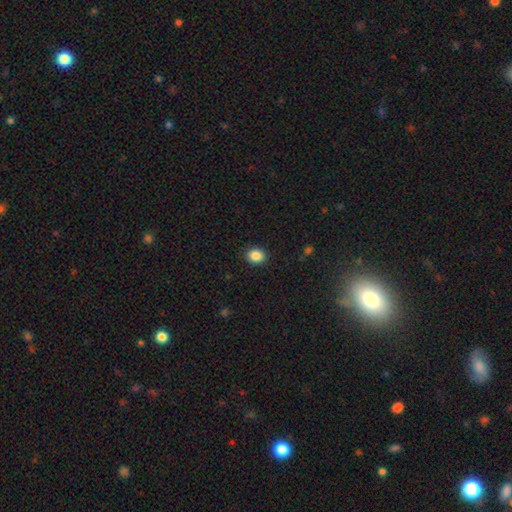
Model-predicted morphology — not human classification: This is clearly a smooth galaxy (87%). How rounded: possibly round (57%). Merging: clearly none (90%).